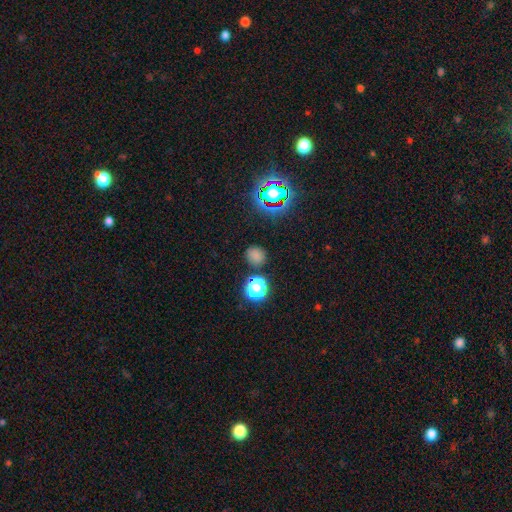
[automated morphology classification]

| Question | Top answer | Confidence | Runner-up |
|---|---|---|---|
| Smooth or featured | smooth | 72% | star or artifact (23%) |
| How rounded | round | 80% | in between (18%) |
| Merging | none | 82% | minor disturbance (10%) |